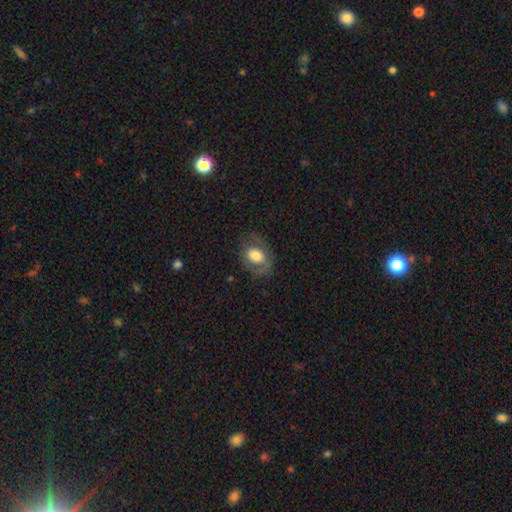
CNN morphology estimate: Overall: smooth (60%; featured or disk 32%). How rounded: in between (62%; round 37%). Merging: none (66%).